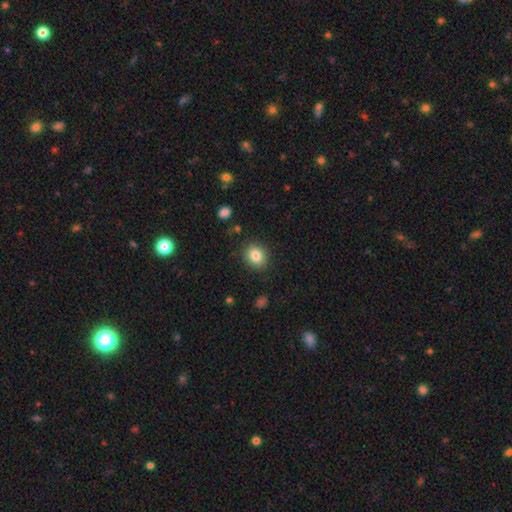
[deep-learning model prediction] Q: Smooth or featured?
A: smooth (84%); runner-up: star or artifact (10%)
Q: How rounded?
A: round (59%); runner-up: in between (40%)
Q: Merging?
A: none (87%); runner-up: minor disturbance (9%)